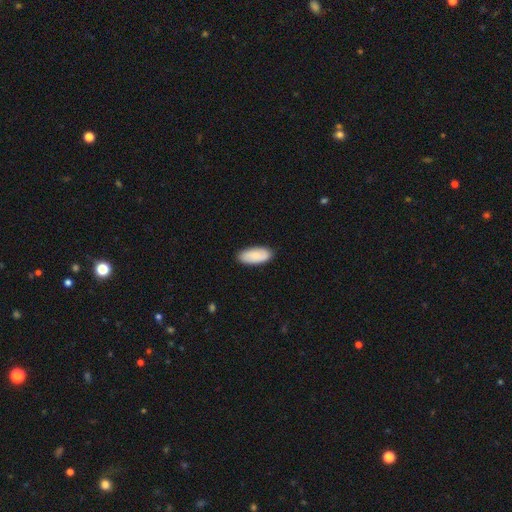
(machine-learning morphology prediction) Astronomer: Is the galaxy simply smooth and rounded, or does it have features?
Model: smooth — 84%.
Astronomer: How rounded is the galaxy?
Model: in between — 88%.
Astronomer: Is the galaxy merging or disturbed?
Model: none — 88%.